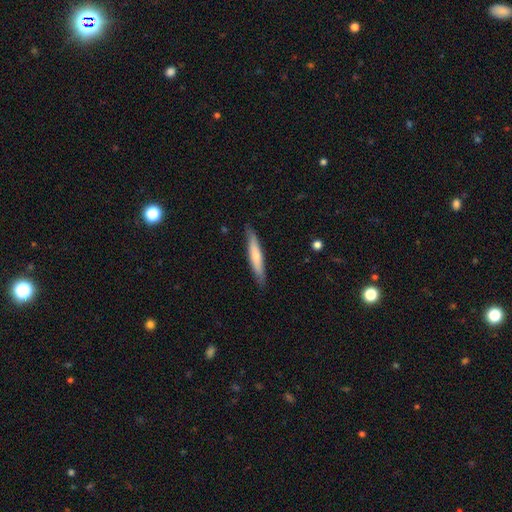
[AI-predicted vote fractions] Smooth or featured? Predicted: smooth (p=0.58). How rounded? Predicted: cigar-shaped (p=0.92). Merging? Predicted: none (p=0.86).